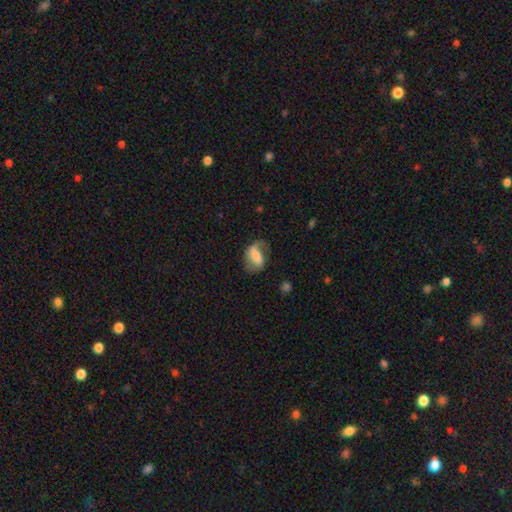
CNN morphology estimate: The model was most divided on "smooth or featured": featured or disk: 52%, smooth: 40%, star or artifact: 8%. Remaining: edge-on disk — no (96%); merging — none (45%).